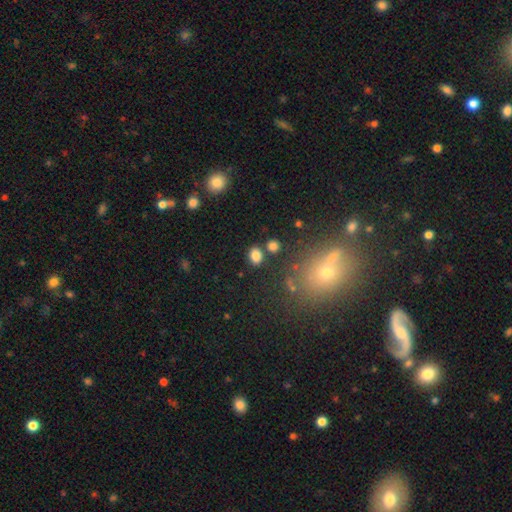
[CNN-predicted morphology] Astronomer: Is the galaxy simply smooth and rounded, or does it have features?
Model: smooth — 82%.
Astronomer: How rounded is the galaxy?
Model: in between — 58% (runner-up: round, 41%).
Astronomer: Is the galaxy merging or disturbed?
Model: none — 77%.